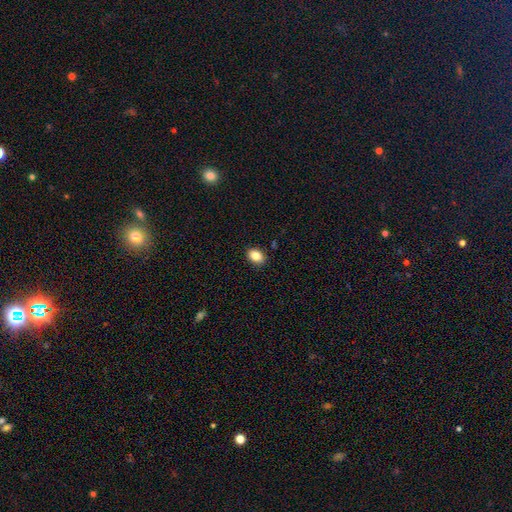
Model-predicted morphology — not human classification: Overall: smooth (85%). How rounded: in between (74%). Merging: none (89%).